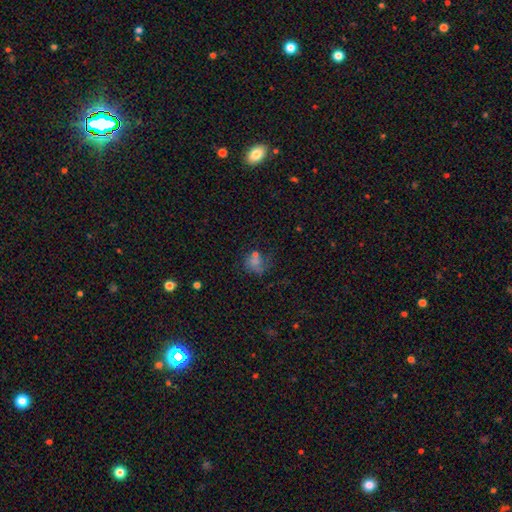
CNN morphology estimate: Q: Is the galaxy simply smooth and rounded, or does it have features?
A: smooth — 44%.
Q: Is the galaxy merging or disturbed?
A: none — 45%.